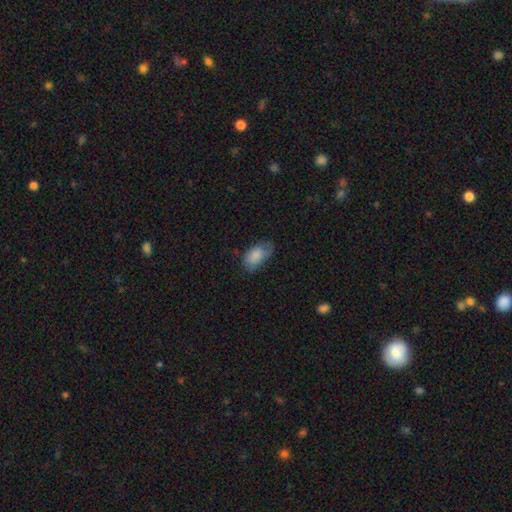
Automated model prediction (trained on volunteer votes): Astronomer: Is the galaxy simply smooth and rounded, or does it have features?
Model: smooth — 82%.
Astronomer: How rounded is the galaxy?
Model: in between — 94%.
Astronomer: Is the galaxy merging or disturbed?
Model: none — 55% (runner-up: minor disturbance, 32%).